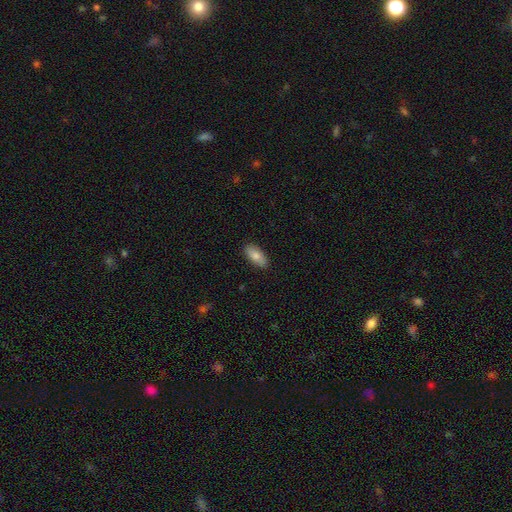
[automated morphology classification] smooth-or-featured: smooth: 80% | featured or disk: 14% | star or artifact: 6%
  how-rounded: in between: 89% | cigar-shaped: 9% | round: 2%
  merging: none: 88% | minor disturbance: 9% | major disturbance: 2% | merger: 1%